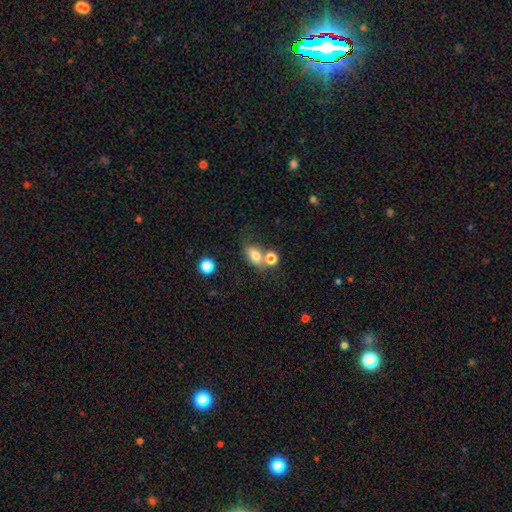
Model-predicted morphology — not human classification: A smooth galaxy with no disk features (76%) that is in between round and cigar-shaped (75%). Merging: none (49%).